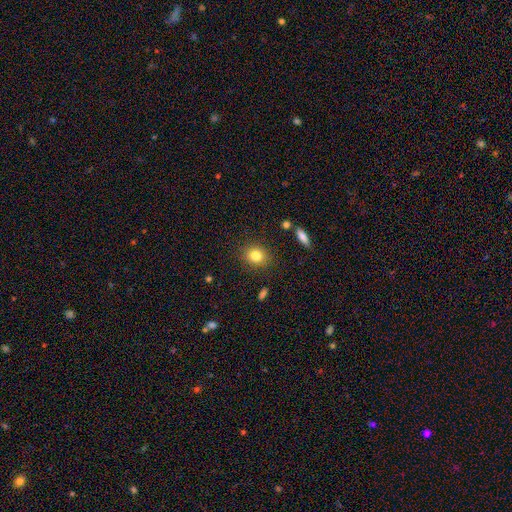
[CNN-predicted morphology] Smooth or featured: smooth — 82% (star or artifact — 11%)
How rounded: round — 72% (in between — 27%)
Merging: none — 88% (minor disturbance — 8%)